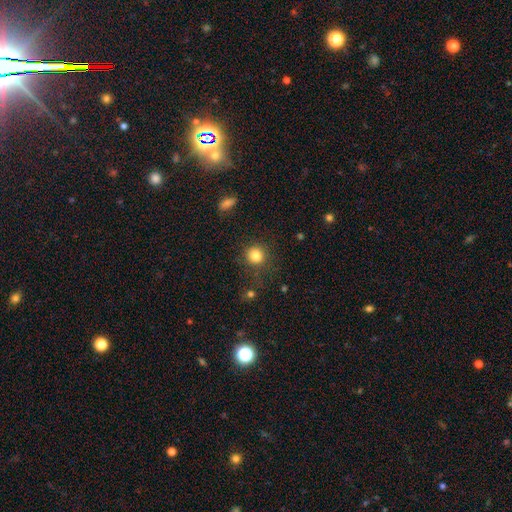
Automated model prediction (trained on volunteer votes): Smooth or featured? smooth (83%)
How rounded? round (90%)
Merging? none (83%)